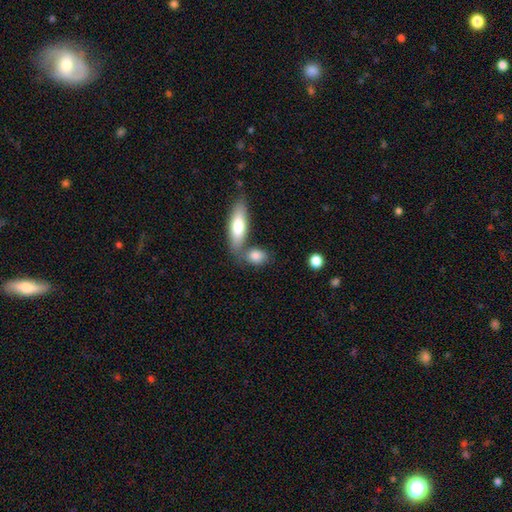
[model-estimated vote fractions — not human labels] Morphology: type=smooth (82%); roundness=in between (72%); merging=none (52%).